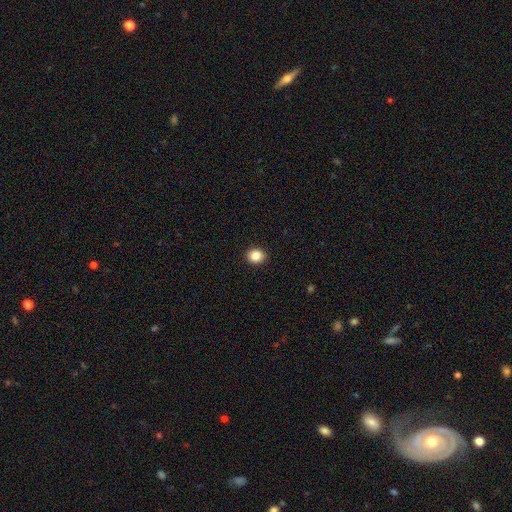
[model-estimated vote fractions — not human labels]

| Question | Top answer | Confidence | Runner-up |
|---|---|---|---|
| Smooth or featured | smooth | 86% | star or artifact (10%) |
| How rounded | round | 77% | in between (22%) |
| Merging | none | 92% | minor disturbance (5%) |